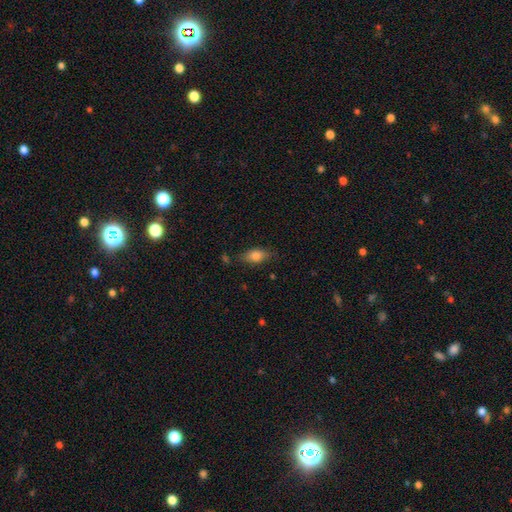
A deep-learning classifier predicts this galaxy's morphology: Q: Smooth or featured?
A: smooth (78%); runner-up: featured or disk (14%)
Q: How rounded?
A: in between (85%); runner-up: cigar-shaped (8%)
Q: Merging?
A: none (74%); runner-up: minor disturbance (18%)